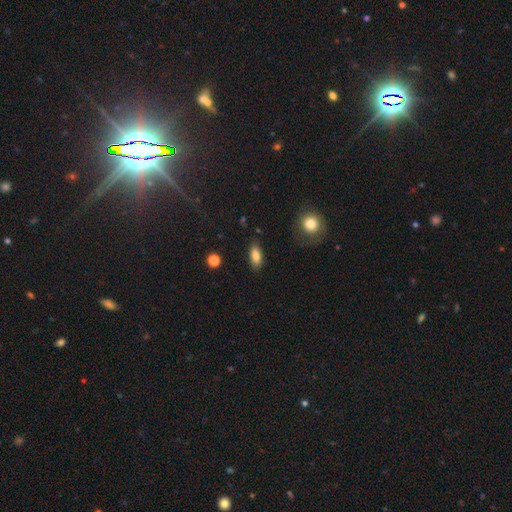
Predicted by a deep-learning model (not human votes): smooth_or_featured: smooth (p=0.82) [alt: featured or disk p=0.10]
how_rounded: in between (p=0.82) [alt: cigar-shaped p=0.14]
merging: none (p=0.82) [alt: minor disturbance p=0.13]